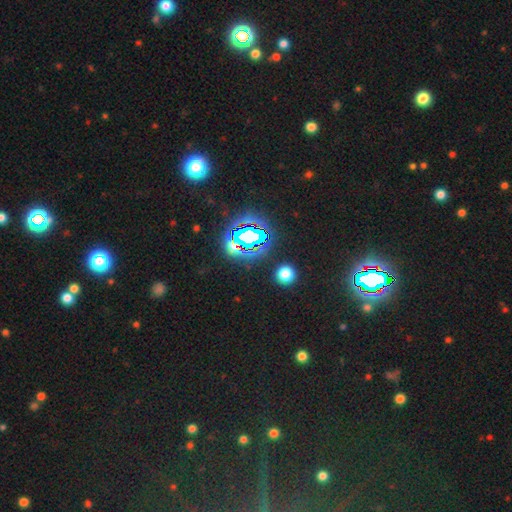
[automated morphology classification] The model was most divided on "smooth or featured": star or artifact: 82%, smooth: 11%, featured or disk: 7%.